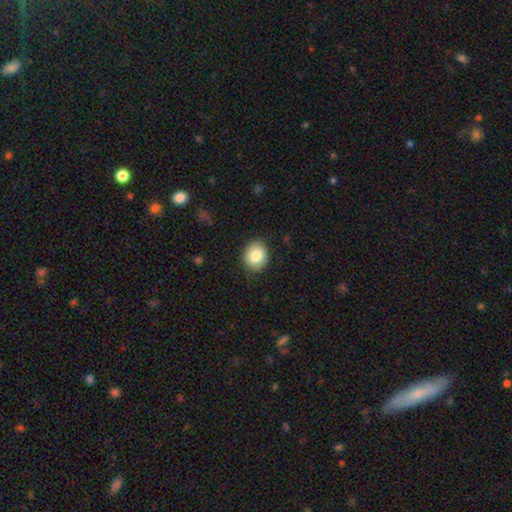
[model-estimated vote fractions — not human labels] Smooth or featured? Predicted: smooth (p=0.86). How rounded? Predicted: round (p=0.65). Merging? Predicted: none (p=0.84).